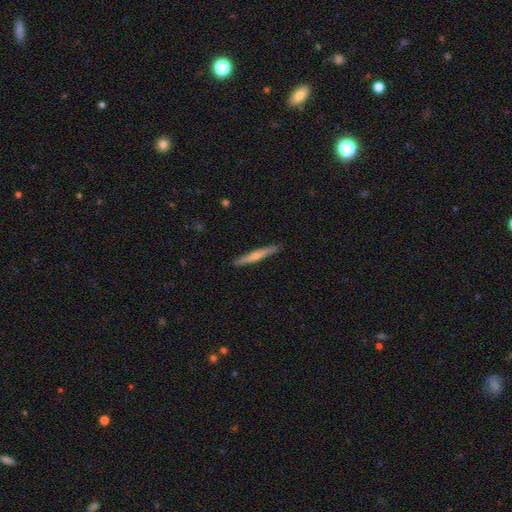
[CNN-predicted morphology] Smooth or featured?
  - featured or disk: 52% *
  - smooth: 42%
  - star or artifact: 6%
Edge-on disk?
  - yes: 96% *
  - no: 4%
Edge-on bulge?
  - rounded: 65% *
  - none: 30%
  - boxy: 5%
Merging?
  - none: 91% *
  - minor disturbance: 7%
  - major disturbance: 1%
  - merger: 1%